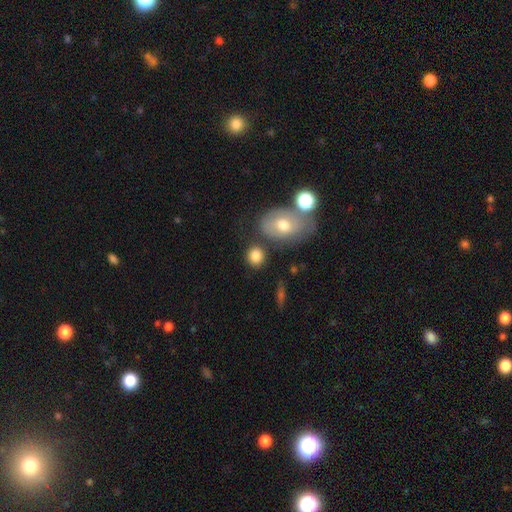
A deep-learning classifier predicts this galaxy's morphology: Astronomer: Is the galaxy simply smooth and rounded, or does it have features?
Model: smooth — 82%.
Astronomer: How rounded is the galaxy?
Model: round — 68%.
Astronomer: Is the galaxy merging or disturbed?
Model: none — 71%.